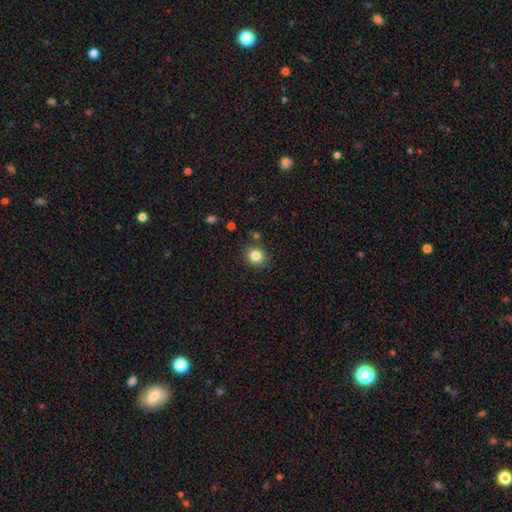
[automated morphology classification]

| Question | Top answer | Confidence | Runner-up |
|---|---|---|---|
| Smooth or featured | smooth | 83% | star or artifact (12%) |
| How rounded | round | 87% | in between (13%) |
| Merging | none | 87% | minor disturbance (8%) |